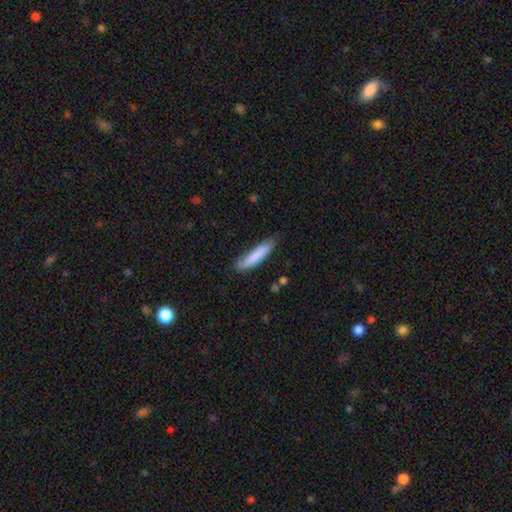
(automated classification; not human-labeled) This is clearly a smooth galaxy (81%). How rounded: clearly cigar-shaped (86%). Merging: likely none (77%).